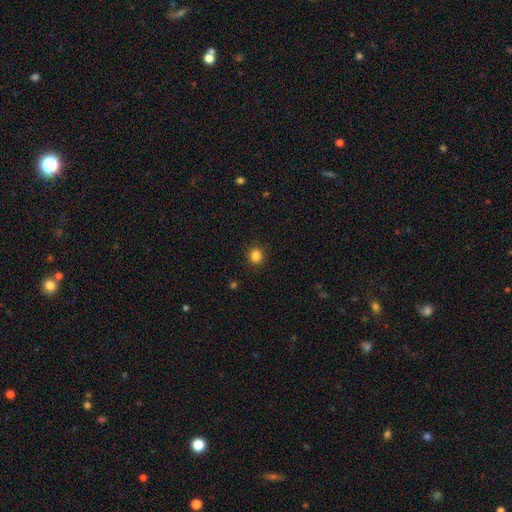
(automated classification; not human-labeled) Overall: smooth (85%). How rounded: round (82%). Merging: none (89%).